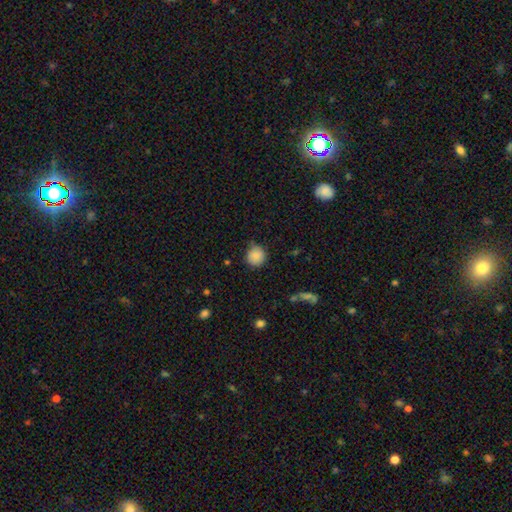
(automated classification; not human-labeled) Smooth or featured?
  - smooth: 86% *
  - star or artifact: 9%
  - featured or disk: 5%
How rounded?
  - round: 91% *
  - in between: 8%
  - cigar-shaped: 1%
Merging?
  - none: 74% *
  - minor disturbance: 21%
  - major disturbance: 4%
  - merger: 2%